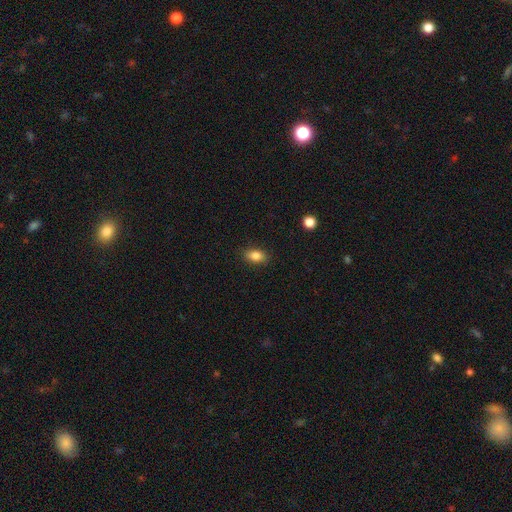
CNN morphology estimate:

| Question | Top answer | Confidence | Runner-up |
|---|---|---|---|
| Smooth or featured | smooth | 84% | star or artifact (9%) |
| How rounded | in between | 86% | round (11%) |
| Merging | none | 88% | minor disturbance (9%) |